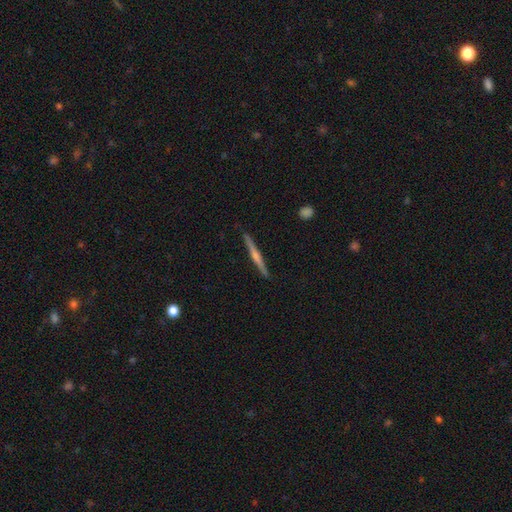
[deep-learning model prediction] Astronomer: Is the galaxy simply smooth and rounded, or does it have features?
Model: featured or disk — 72%.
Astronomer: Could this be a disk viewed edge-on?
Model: yes — 98%.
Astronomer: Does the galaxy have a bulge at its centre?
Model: rounded — 69%.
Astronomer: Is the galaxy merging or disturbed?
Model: none — 91%.